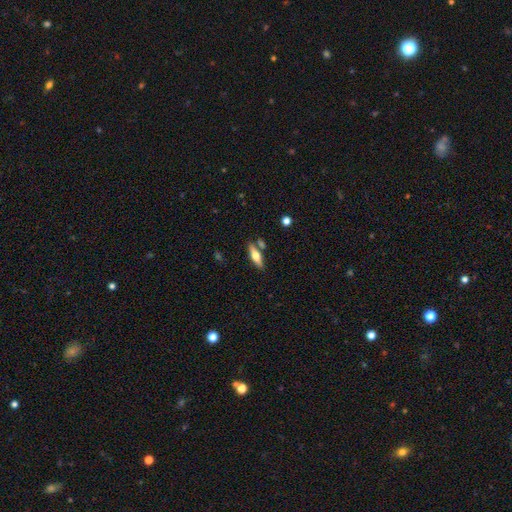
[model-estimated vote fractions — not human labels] Overall: smooth (48%; featured or disk 46%). Merging: none (75%).